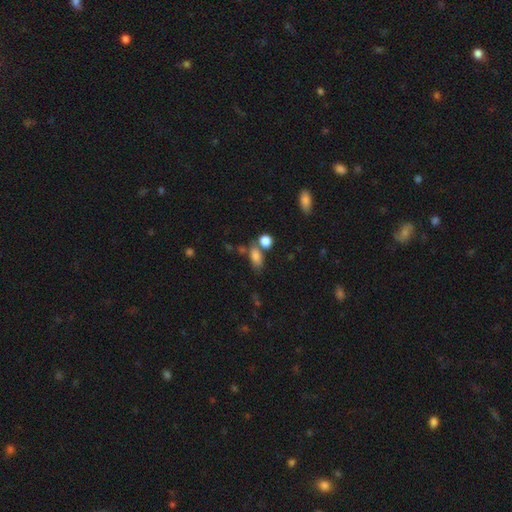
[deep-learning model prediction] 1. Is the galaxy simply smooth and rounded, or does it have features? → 80% smooth, 12% star or artifact, 9% featured or disk.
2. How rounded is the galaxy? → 84% in between, 12% round, 5% cigar-shaped.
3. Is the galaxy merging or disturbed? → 52% none, 25% merger, 17% minor disturbance, 7% major disturbance.